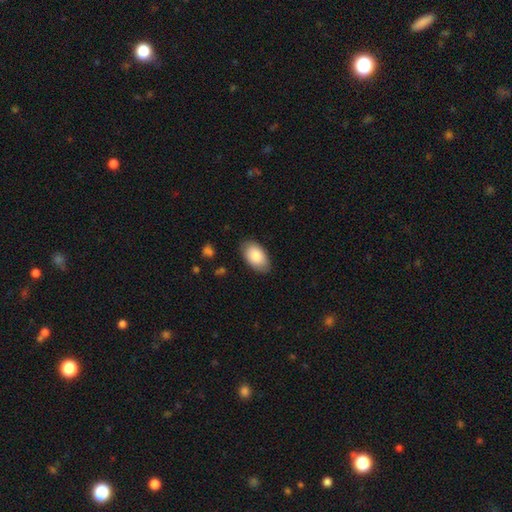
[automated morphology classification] Smooth or featured? Predicted: smooth (p=0.86). How rounded? Predicted: in between (p=0.94). Merging? Predicted: none (p=0.84).